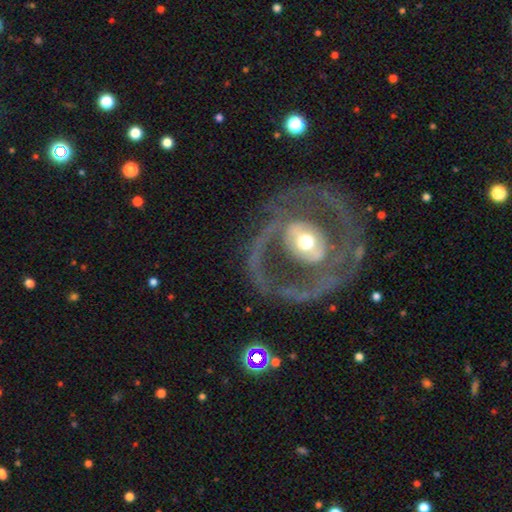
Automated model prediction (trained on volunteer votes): A featured or disk galaxy (81%) with no bar (44%), 2 (60%) tight (43%) spiral arms (66%) and a moderate central bulge (67%).

Vote fractions:
- Smooth or featured? featured or disk: 81% / smooth: 14% / star or artifact: 5%
- Edge-on disk? no: 96% / yes: 4%
- Bar? no: 44% / weak: 30% / strong: 26%
- Spiral arms? yes: 66% / no: 34%
- Spiral winding? tight: 43% / medium: 39% / loose: 19%
- Spiral arm count? 2: 60% / can't tell: 18% / 1: 8% / 3: 6% / 4: 3% / more than 4: 3%
- Bulge size? moderate: 67% / small: 15% / large: 14% / dominant: 2% / none: 1%
- Merging? none: 71% / major disturbance: 14% / minor disturbance: 13% / merger: 2%